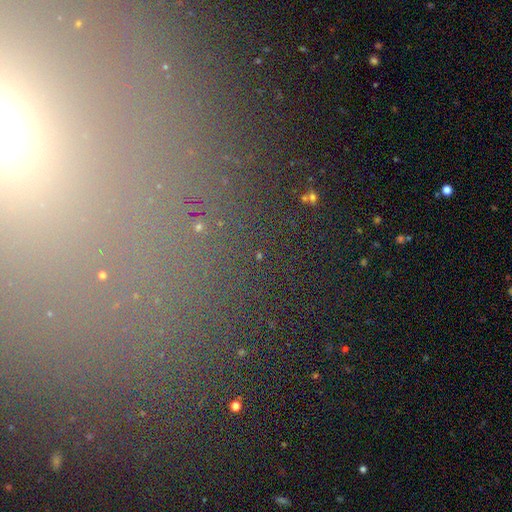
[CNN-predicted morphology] Overall: star or artifact (73%).